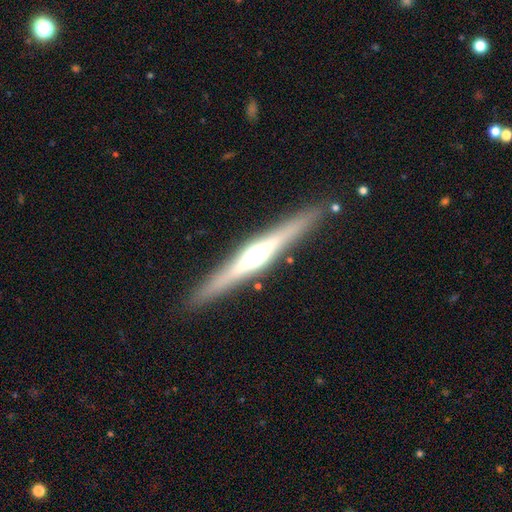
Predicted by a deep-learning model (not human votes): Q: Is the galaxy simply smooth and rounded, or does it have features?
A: featured or disk — 73%.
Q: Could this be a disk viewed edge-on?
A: yes — 97%.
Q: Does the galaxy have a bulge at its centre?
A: rounded — 91%.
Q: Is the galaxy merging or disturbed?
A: none — 89%.